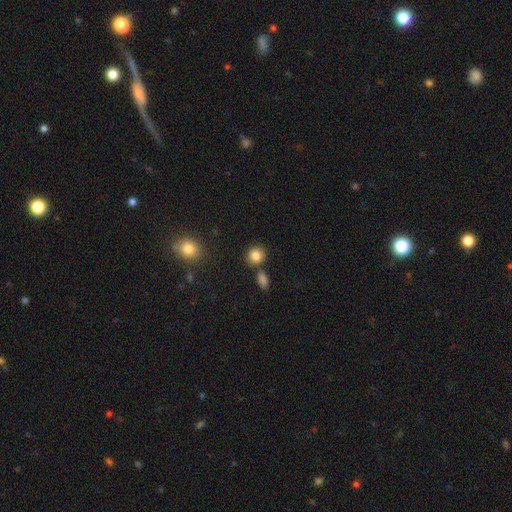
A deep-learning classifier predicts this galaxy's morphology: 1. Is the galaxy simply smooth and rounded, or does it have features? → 85% smooth, 10% star or artifact, 5% featured or disk.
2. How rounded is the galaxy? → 84% round, 15% in between, 1% cigar-shaped.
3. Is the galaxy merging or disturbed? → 78% none, 10% merger, 9% minor disturbance, 3% major disturbance.